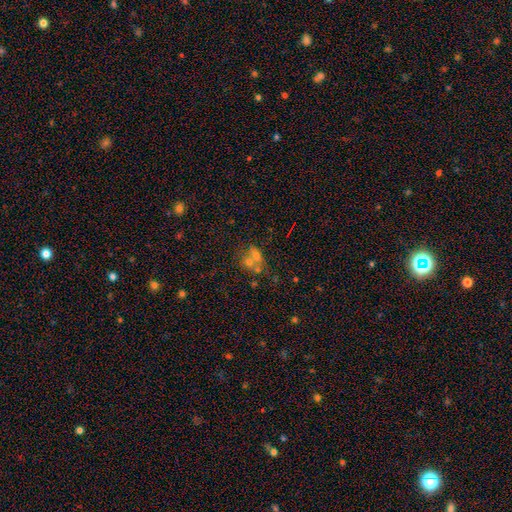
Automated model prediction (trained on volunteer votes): A smooth galaxy with no disk features (52%) that is in between round and cigar-shaped (49%).

Vote fractions:
- Smooth or featured? smooth: 52% / featured or disk: 27% / star or artifact: 21%
- How rounded? in between: 49% / round: 48% / cigar-shaped: 3%
- Merging? merger: 56% / none: 29% / minor disturbance: 9% / major disturbance: 6%